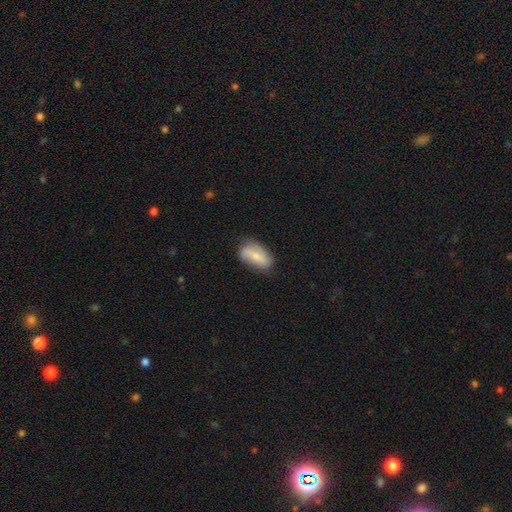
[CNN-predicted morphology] smooth-or-featured: smooth: 61% | featured or disk: 32% | star or artifact: 7%
  how-rounded: in between: 90% | cigar-shaped: 5% | round: 5%
  merging: none: 68% | minor disturbance: 25% | major disturbance: 6% | merger: 2%